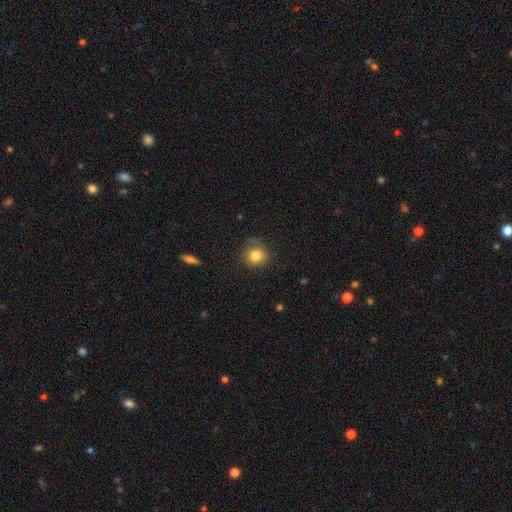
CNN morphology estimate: The model was most divided on "merging": none: 72%, minor disturbance: 19%, major disturbance: 6%, merger: 3%. More confident: how rounded — round (86%); smooth or featured — smooth (81%).